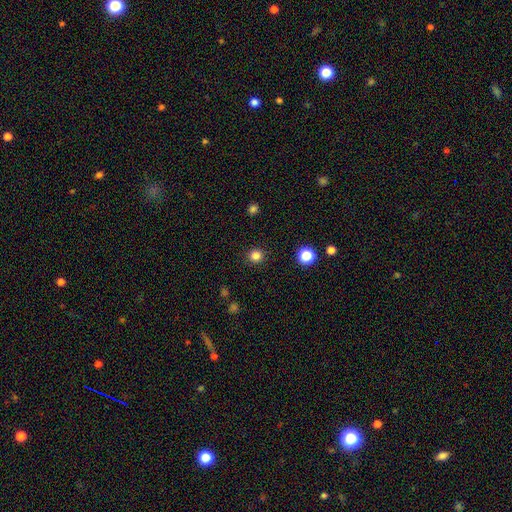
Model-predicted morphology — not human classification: Smooth or featured? Predicted: smooth (p=0.83). How rounded? Predicted: round (p=0.93). Merging? Predicted: none (p=0.92).